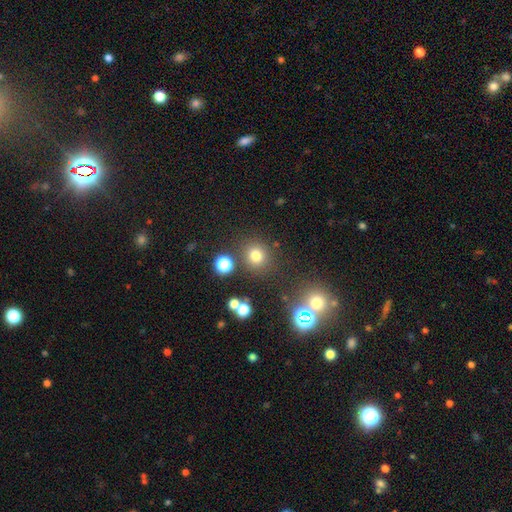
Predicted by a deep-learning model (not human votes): This appears to be a smooth galaxy with no disk features (75%) that is round (88%). Merging: none (82%).